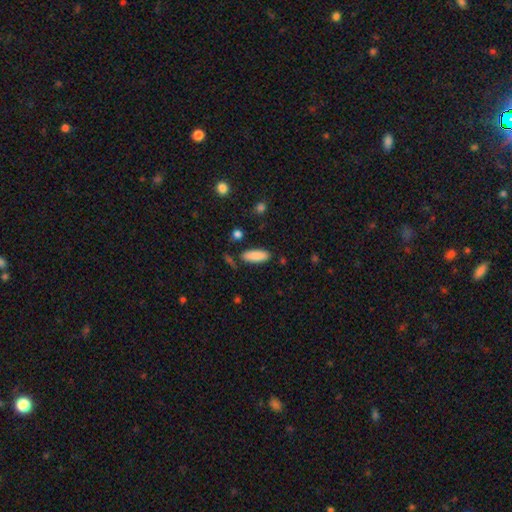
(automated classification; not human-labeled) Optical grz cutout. It shows a smooth galaxy with no disk features (88%) that is in between round and cigar-shaped (73%). Merging: none (83%).